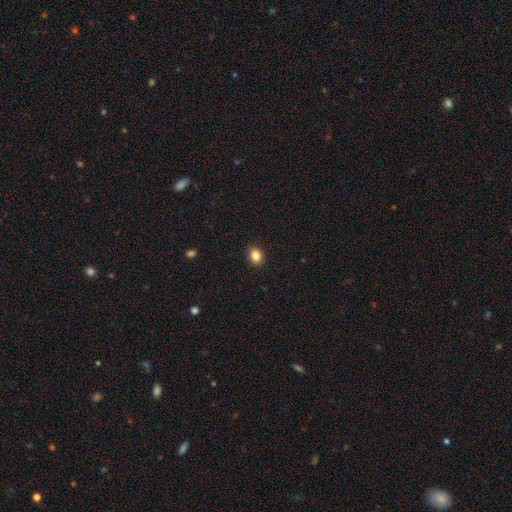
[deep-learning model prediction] smooth-or-featured: smooth: 85% | star or artifact: 10% | featured or disk: 5%
  how-rounded: in between: 53% | round: 46% | cigar-shaped: 1%
  merging: none: 91% | minor disturbance: 6% | major disturbance: 2% | merger: 1%